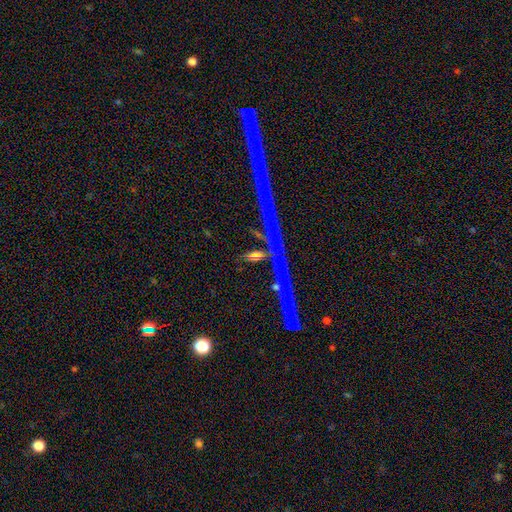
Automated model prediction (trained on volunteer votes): smooth 44%, star or artifact 35%, featured or disk 20%. Down the decision tree: merging — none (64%).